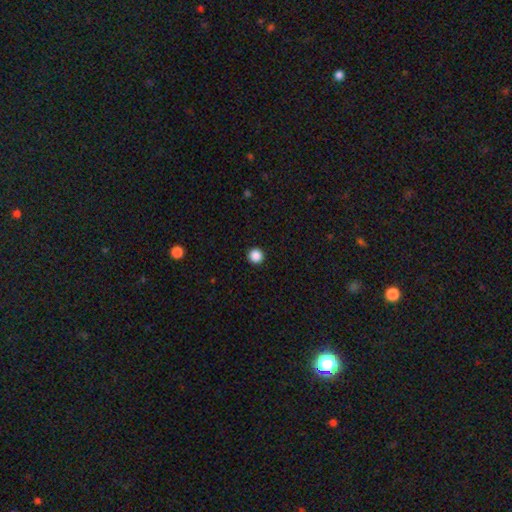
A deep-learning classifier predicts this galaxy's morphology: Smooth or featured: smooth — 87% (star or artifact — 10%)
How rounded: round — 96% (in between — 3%)
Merging: none — 94% (minor disturbance — 4%)